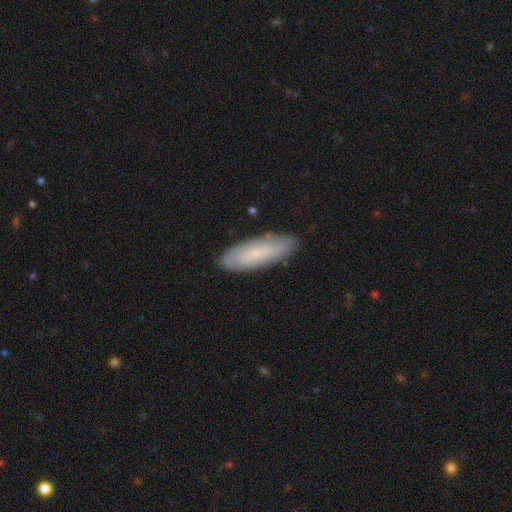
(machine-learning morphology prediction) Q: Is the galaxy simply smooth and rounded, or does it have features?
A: smooth — 59%.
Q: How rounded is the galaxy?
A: in between — 50%.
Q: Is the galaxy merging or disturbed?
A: none — 86%.